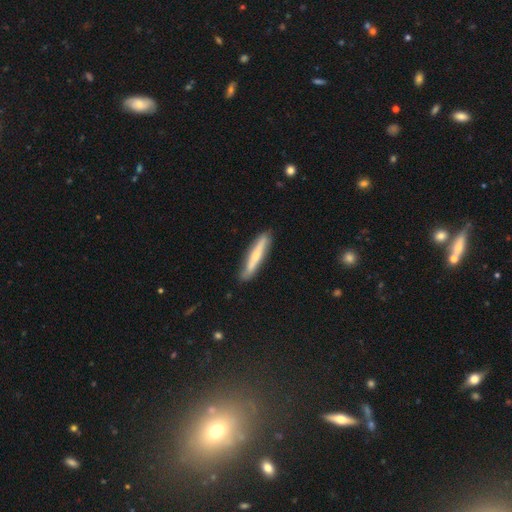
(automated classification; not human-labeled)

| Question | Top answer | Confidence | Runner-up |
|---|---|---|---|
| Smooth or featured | smooth | 47% | tied: featured or disk (47%) |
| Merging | none | 84% | minor disturbance (12%) |